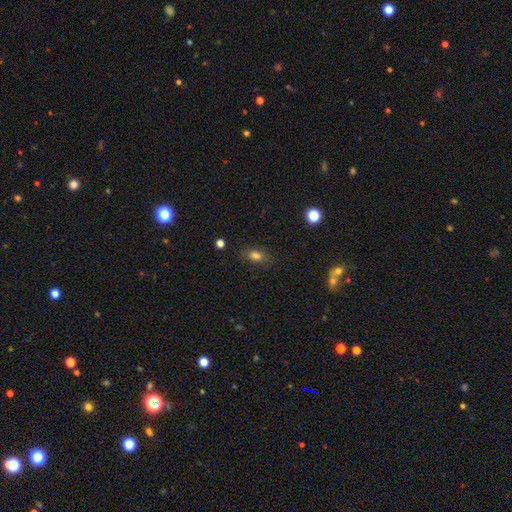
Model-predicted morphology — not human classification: smooth_or_featured: smooth (p=0.77) [alt: star or artifact p=0.15]
how_rounded: in between (p=0.80) [alt: round p=0.15]
merging: none (p=0.78) [alt: minor disturbance p=0.15]